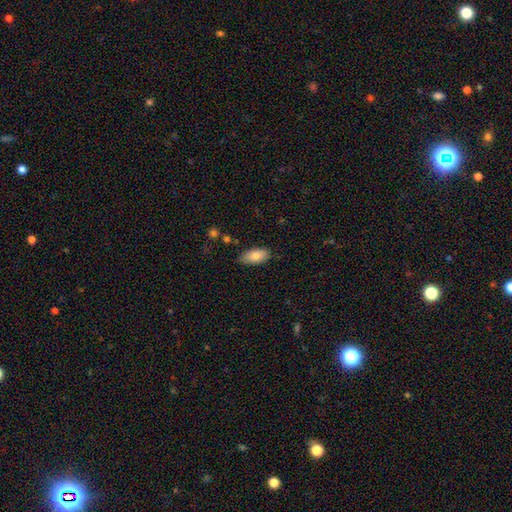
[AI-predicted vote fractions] The model was most divided on "merging": none: 78%, minor disturbance: 18%, major disturbance: 3%, merger: 2%. More confident: how rounded — in between (92%); smooth or featured — smooth (83%).